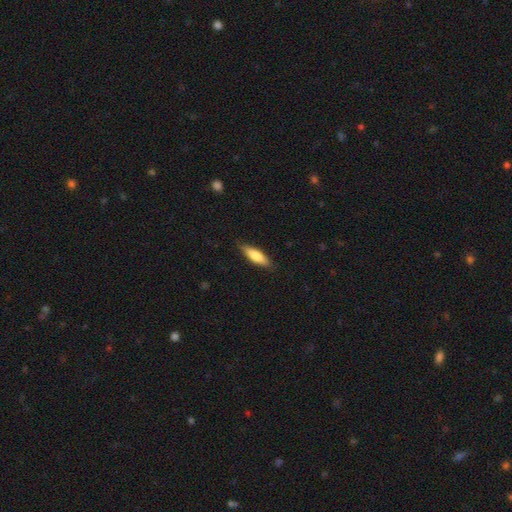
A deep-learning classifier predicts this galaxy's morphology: Smooth or featured?
  - smooth: 74% *
  - featured or disk: 20%
  - star or artifact: 6%
How rounded?
  - cigar-shaped: 61% *
  - in between: 38%
  - round: 2%
Merging?
  - none: 86% *
  - minor disturbance: 11%
  - major disturbance: 2%
  - merger: 1%